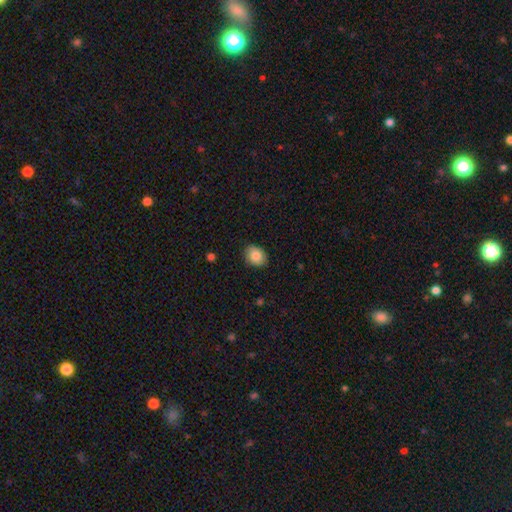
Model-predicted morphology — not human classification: type=smooth (85%); roundness=in between (55%); merging=none (86%).